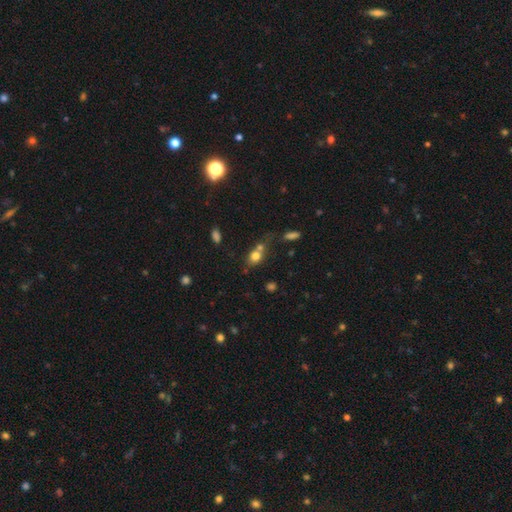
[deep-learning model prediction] Morphology: type=smooth (75%); roundness=round (52%); merging=merger (45%).